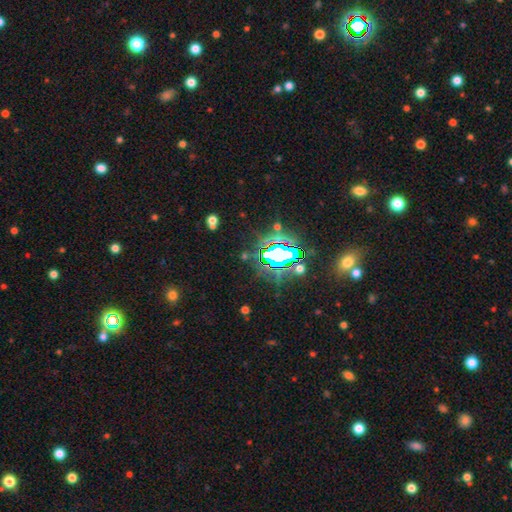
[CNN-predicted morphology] smooth-or-featured: star or artifact: 80% | smooth: 11% | featured or disk: 9%